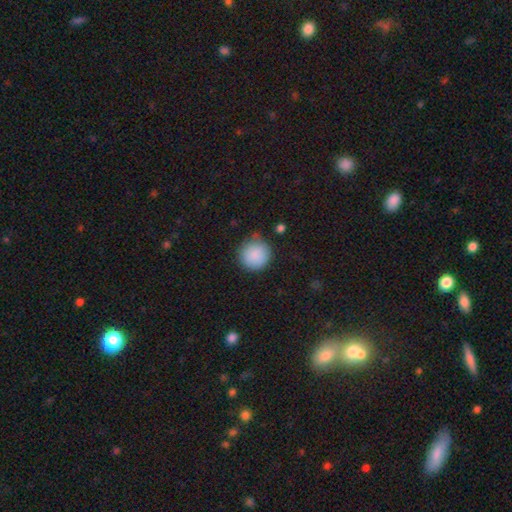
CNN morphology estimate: smooth 88%, star or artifact 8%, featured or disk 4%. Down the decision tree: how rounded — round (93%); merging — none (71%).